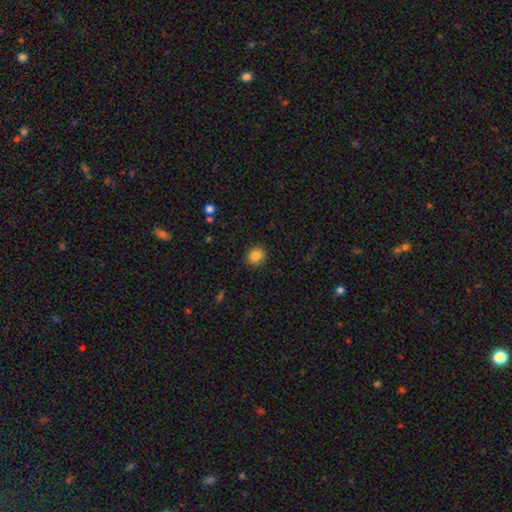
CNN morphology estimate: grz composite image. It shows a smooth galaxy with no disk features (85%) that is round (84%). Merging: none (90%).